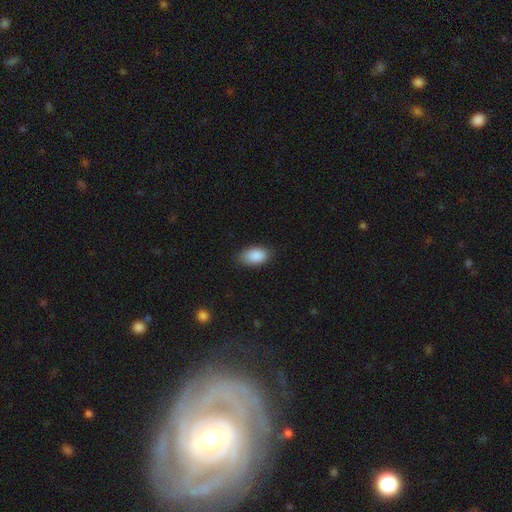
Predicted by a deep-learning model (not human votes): smooth_or_featured: smooth (p=0.89) [alt: star or artifact p=0.07]
how_rounded: in between (p=0.92) [alt: round p=0.06]
merging: none (p=0.82) [alt: minor disturbance p=0.14]